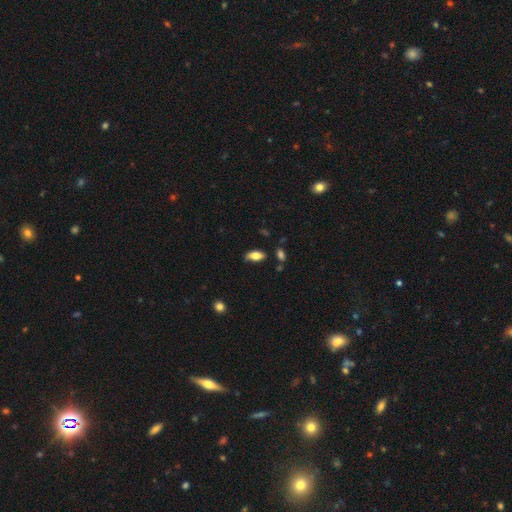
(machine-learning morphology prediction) Smooth or featured? Predicted: smooth (p=0.76). How rounded? Predicted: in between (p=0.89). Merging? Predicted: none (p=0.72).